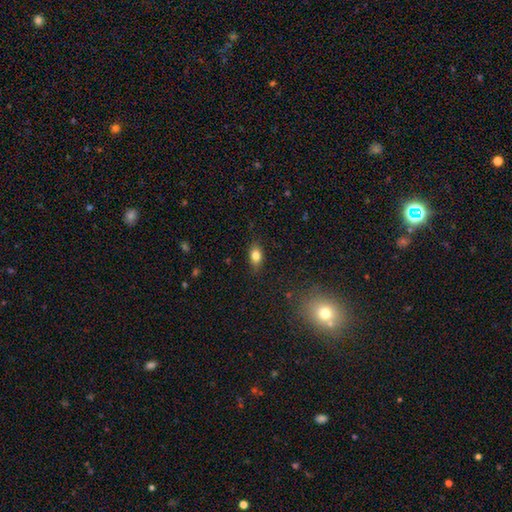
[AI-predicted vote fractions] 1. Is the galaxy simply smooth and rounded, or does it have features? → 81% smooth, 10% featured or disk, 9% star or artifact.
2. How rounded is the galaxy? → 83% in between, 12% round, 5% cigar-shaped.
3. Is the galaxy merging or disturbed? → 83% none, 13% minor disturbance, 3% major disturbance, 1% merger.